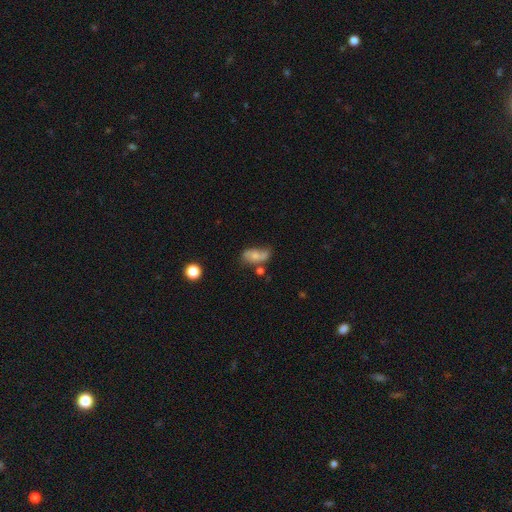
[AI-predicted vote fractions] This is possibly a smooth galaxy (53%). How rounded: clearly in between (88%). Merging: marginally none (38%).